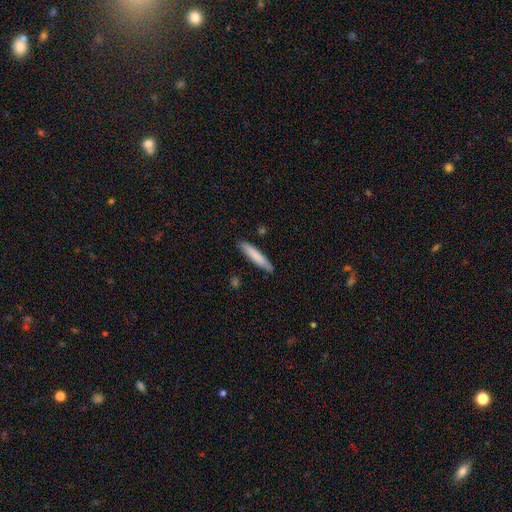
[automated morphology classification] Smooth or featured? smooth (80%)
How rounded? cigar-shaped (90%)
Merging? none (87%)